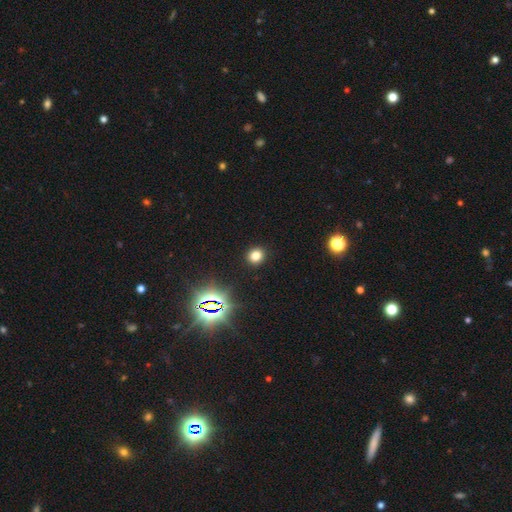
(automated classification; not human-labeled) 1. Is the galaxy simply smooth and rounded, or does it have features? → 74% smooth, 20% star or artifact, 6% featured or disk.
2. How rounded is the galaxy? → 84% round, 14% in between, 1% cigar-shaped.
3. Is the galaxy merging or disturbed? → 92% none, 5% minor disturbance, 2% major disturbance, 1% merger.